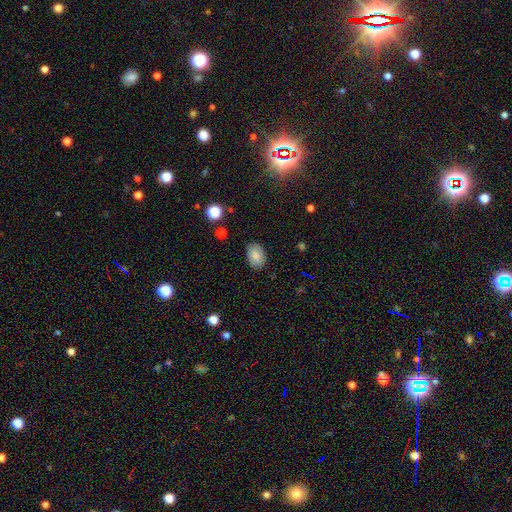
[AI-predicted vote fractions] Overall: smooth (83%). How rounded: in between (85%). Merging: none (85%).